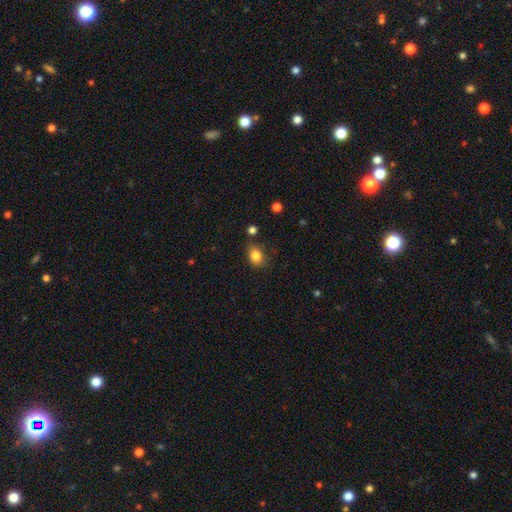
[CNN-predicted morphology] A smooth galaxy with no disk features (83%) that is in between round and cigar-shaped (57%).

Vote fractions:
- Smooth or featured? smooth: 83% / star or artifact: 10% / featured or disk: 7%
- How rounded? in between: 57% / round: 42% / cigar-shaped: 1%
- Merging? none: 74% / minor disturbance: 18% / major disturbance: 4% / merger: 4%